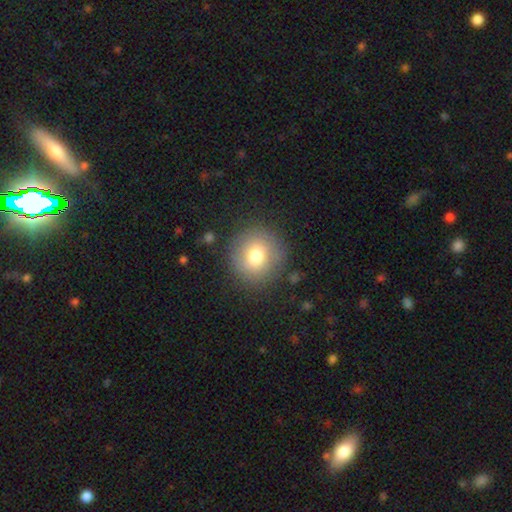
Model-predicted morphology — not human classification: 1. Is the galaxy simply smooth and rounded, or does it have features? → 76% smooth, 13% featured or disk, 12% star or artifact.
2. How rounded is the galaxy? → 91% round, 8% in between, 1% cigar-shaped.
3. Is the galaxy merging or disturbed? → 86% none, 9% minor disturbance, 4% major disturbance, 2% merger.